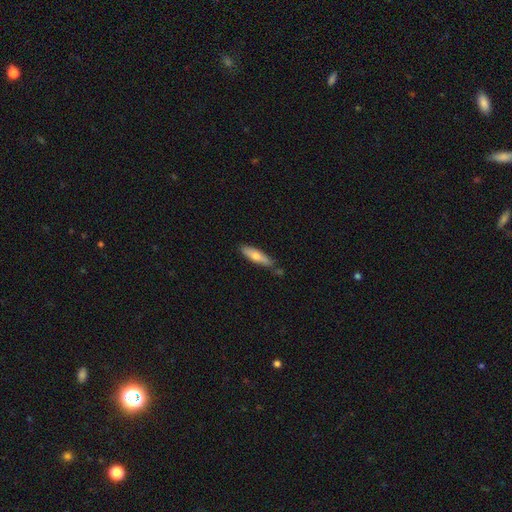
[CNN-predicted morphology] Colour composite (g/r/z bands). It shows a smooth galaxy with no disk features (67%) that is cigar-shaped (67%). Merging: none (75%).